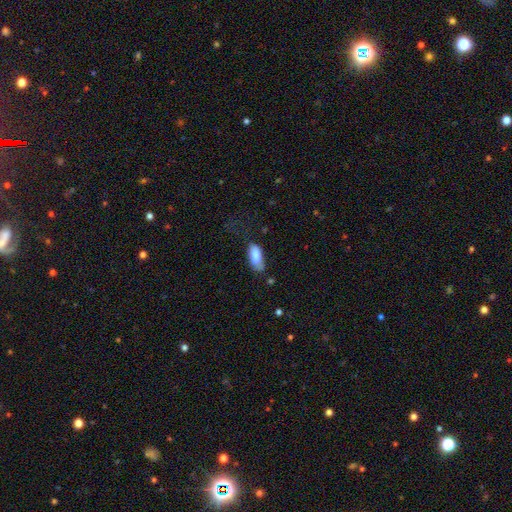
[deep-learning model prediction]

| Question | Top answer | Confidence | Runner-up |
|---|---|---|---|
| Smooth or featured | smooth | 78% | featured or disk (15%) |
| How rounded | in between | 87% | cigar-shaped (11%) |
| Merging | none | 48% | minor disturbance (33%) |